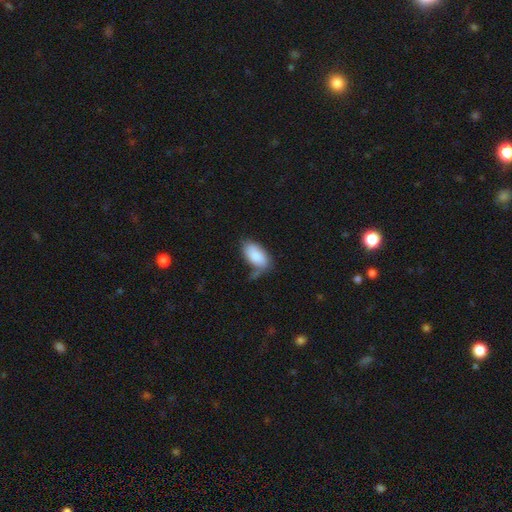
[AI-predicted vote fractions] Morphology: type=smooth (84%); roundness=in between (95%); merging=none (48%).